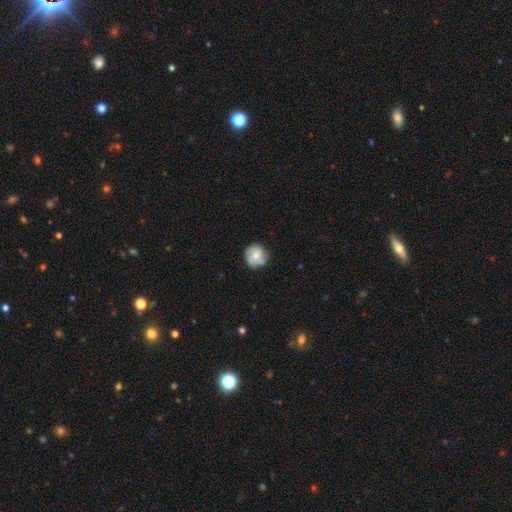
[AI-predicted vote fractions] Q: Smooth or featured?
A: smooth (55%); runner-up: featured or disk (38%)
Q: How rounded?
A: round (90%); runner-up: in between (9%)
Q: Merging?
A: none (73%); runner-up: minor disturbance (19%)